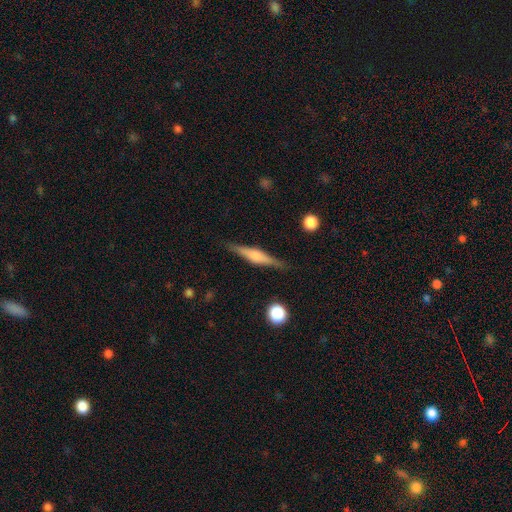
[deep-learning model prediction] smooth-or-featured: featured or disk: 68% | smooth: 26% | star or artifact: 6%
  disk-edge-on: yes: 97% | no: 3%
    edge-on-bulge: rounded: 76% | boxy: 19% | none: 5%
  merging: none: 87% | minor disturbance: 10% | major disturbance: 2% | merger: 1%